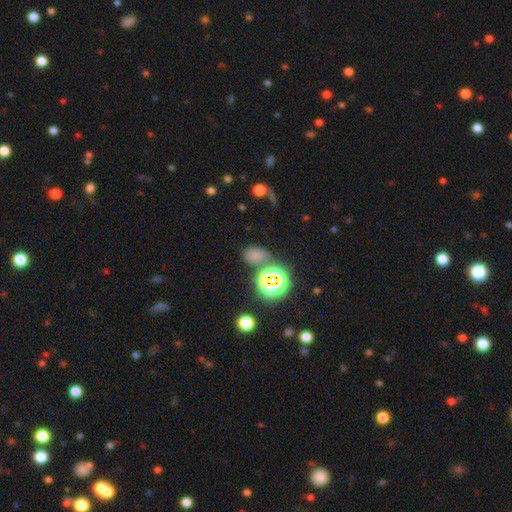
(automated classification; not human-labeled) Smooth or featured?
  - smooth: 60% *
  - star or artifact: 32%
  - featured or disk: 9%
How rounded?
  - in between: 64% *
  - round: 34%
  - cigar-shaped: 2%
Merging?
  - none: 60% *
  - minor disturbance: 17%
  - merger: 15%
  - major disturbance: 9%